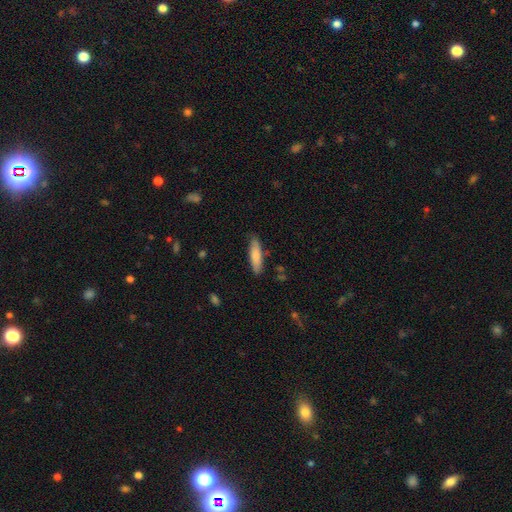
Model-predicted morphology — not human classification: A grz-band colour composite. It shows a smooth galaxy with no disk features (80%) that is cigar-shaped (67%). Merging: none (83%).